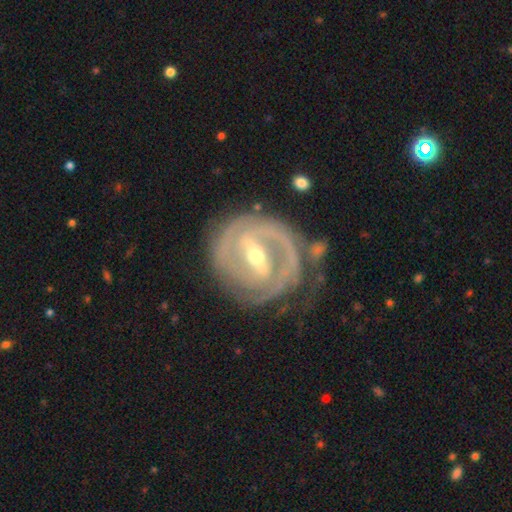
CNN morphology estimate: smooth-or-featured: featured or disk: 88% | smooth: 7% | star or artifact: 5%
  disk-edge-on: no: 95% | yes: 5%
    bar: strong: 64% | weak: 28% | no: 8%
    has-spiral-arms: yes: 90% | no: 10%
      spiral-winding: tight: 67% | medium: 26% | loose: 7%
      spiral-arm-count: 2: 54% | can't tell: 19% | 3: 10% | 1: 10% | 4: 4% | more than 4: 3%
    bulge-size: moderate: 51% | small: 45% | large: 2% | none: 1% | dominant: 1%
  merging: none: 63% | minor disturbance: 19% | major disturbance: 14% | merger: 5%